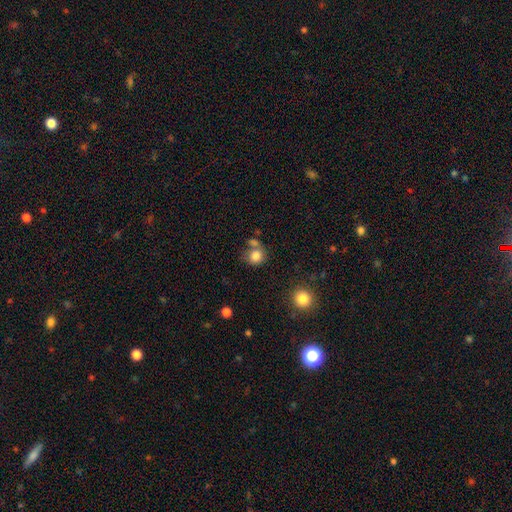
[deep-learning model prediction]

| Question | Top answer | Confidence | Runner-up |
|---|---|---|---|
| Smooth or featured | smooth | 82% | star or artifact (10%) |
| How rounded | round | 77% | in between (22%) |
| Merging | none | 51% | merger (26%) |